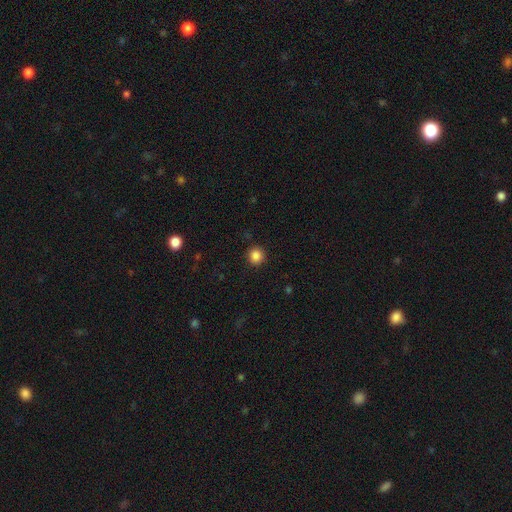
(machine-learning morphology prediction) Smooth or featured? Predicted: smooth (p=0.86). How rounded? Predicted: round (p=0.93). Merging? Predicted: none (p=0.91).